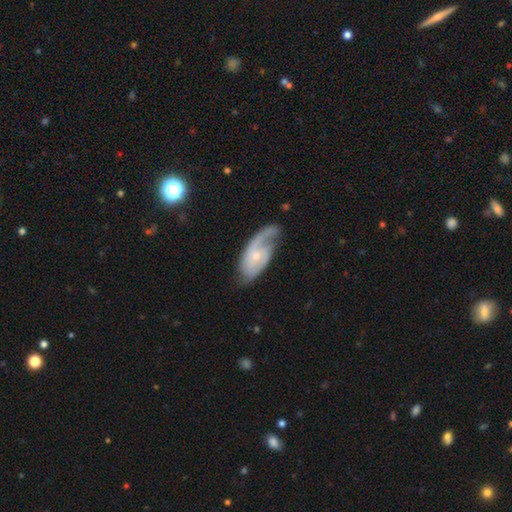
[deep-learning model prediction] smooth-or-featured: featured or disk: 79% | smooth: 16% | star or artifact: 6%
  disk-edge-on: no: 94% | yes: 6%
    bar: no: 67% | weak: 27% | strong: 5%
    has-spiral-arms: yes: 93% | no: 7%
      spiral-winding: medium: 43% | loose: 29% | tight: 28%
      spiral-arm-count: 2: 50% | 1: 35% | can't tell: 10% | 3: 3% | 4: 1% | more than 4: 1%
    bulge-size: small: 65% | moderate: 29% | none: 3% | large: 2% | dominant: 1%
  merging: none: 53% | minor disturbance: 25% | major disturbance: 20% | merger: 3%